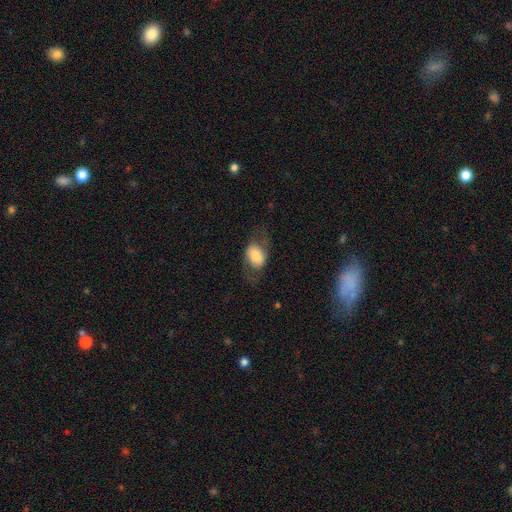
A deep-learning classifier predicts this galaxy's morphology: The model was most divided on "smooth or featured": smooth: 59%, featured or disk: 33%, star or artifact: 7%. More confident: how rounded — in between (78%); merging — none (60%).